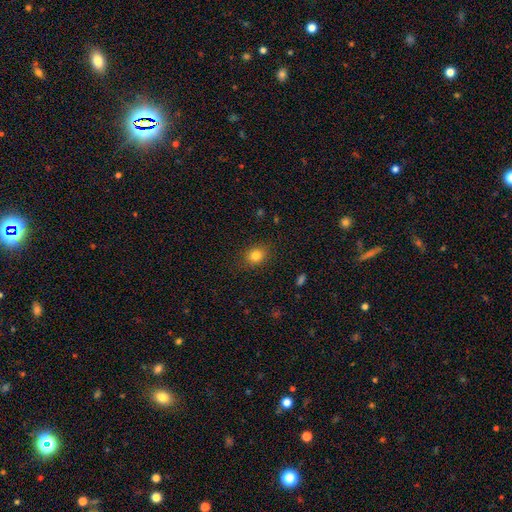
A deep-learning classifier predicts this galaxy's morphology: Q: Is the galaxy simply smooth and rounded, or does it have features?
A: smooth — 82%.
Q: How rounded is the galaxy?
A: round — 55%.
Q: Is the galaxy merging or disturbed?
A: none — 86%.